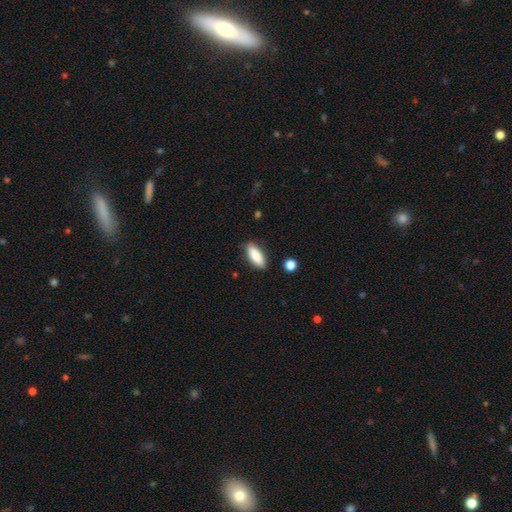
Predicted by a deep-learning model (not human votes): smooth_or_featured: smooth (p=0.87) [alt: featured or disk p=0.07]
how_rounded: in between (p=0.75) [alt: cigar-shaped p=0.23]
merging: none (p=0.85) [alt: minor disturbance p=0.11]